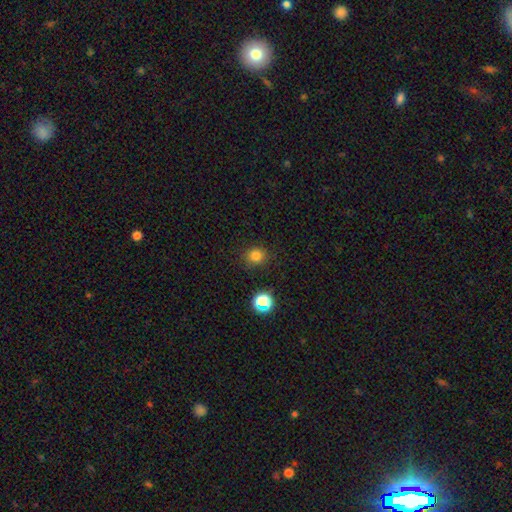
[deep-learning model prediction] A smooth galaxy with no disk features (79%) that is round (85%).

Vote fractions:
- Smooth or featured? smooth: 79% / star or artifact: 16% / featured or disk: 5%
- How rounded? round: 85% / in between: 14% / cigar-shaped: 1%
- Merging? none: 83% / minor disturbance: 11% / major disturbance: 4% / merger: 2%